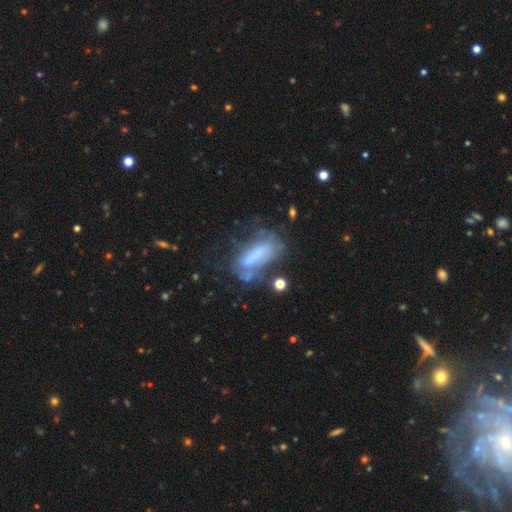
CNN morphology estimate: smooth_or_featured: featured or disk (p=0.48) [alt: smooth p=0.40]
merging: none (p=0.33) [alt: major disturbance p=0.30]